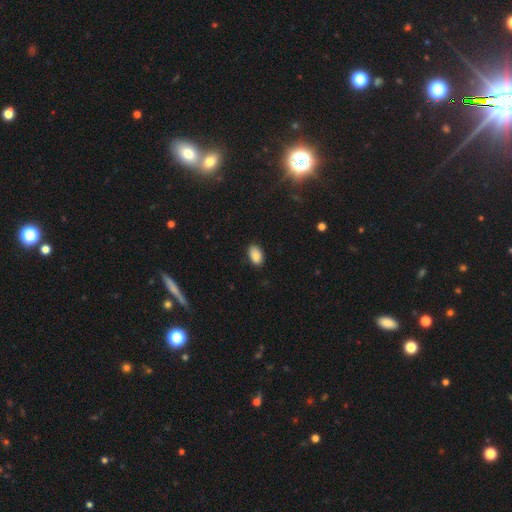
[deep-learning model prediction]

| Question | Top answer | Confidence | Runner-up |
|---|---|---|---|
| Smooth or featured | smooth | 86% | star or artifact (8%) |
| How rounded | in between | 93% | round (6%) |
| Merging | none | 84% | minor disturbance (13%) |